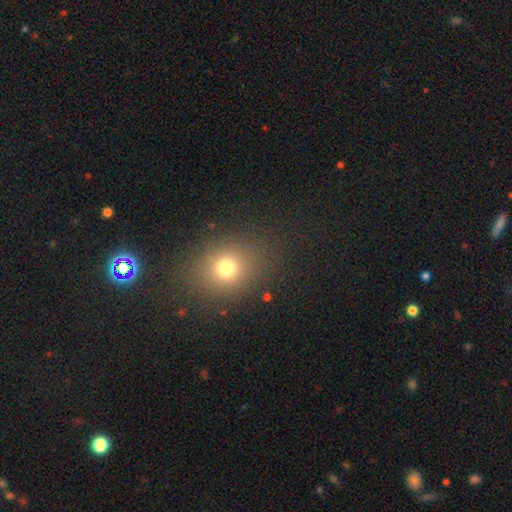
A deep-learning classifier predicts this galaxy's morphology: Smooth or featured? smooth (64%)
How rounded? round (61%)
Merging? none (87%)